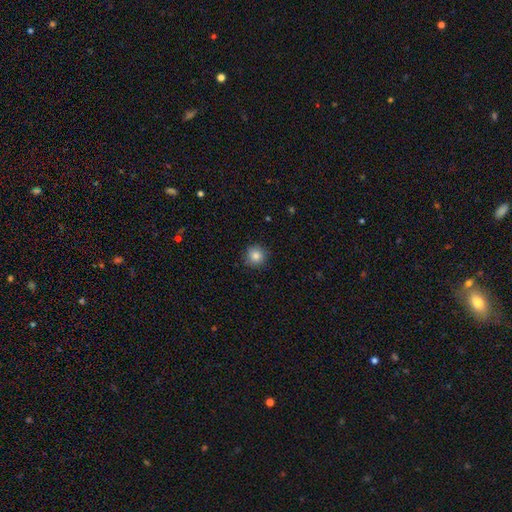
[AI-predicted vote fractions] Smooth or featured? smooth (83%)
How rounded? round (94%)
Merging? none (88%)